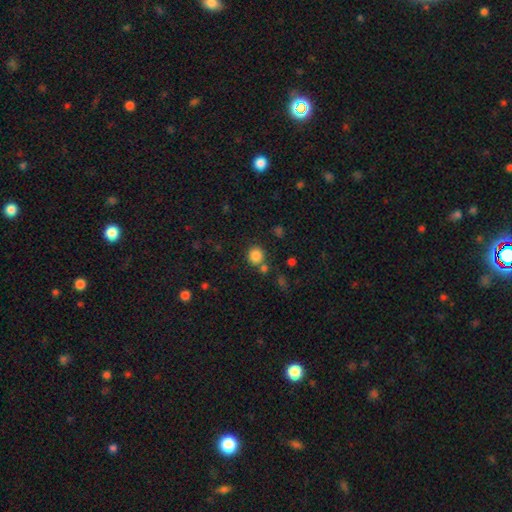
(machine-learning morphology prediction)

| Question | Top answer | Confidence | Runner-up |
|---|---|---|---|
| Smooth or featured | smooth | 85% | star or artifact (11%) |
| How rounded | round | 88% | in between (11%) |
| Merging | none | 75% | merger (12%) |